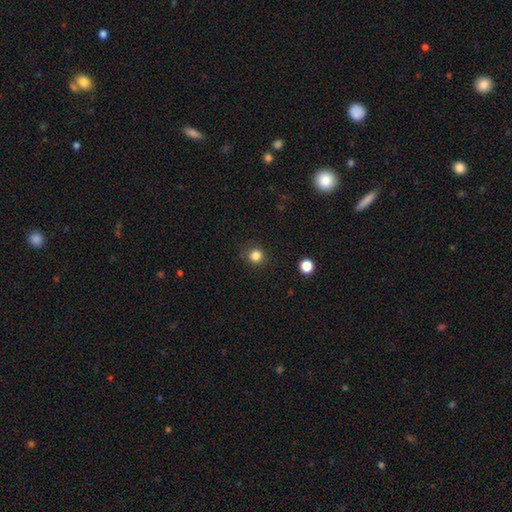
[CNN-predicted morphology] smooth-or-featured: smooth: 84% | star or artifact: 12% | featured or disk: 4%
  how-rounded: round: 93% | in between: 6% | cigar-shaped: 1%
  merging: none: 89% | minor disturbance: 7% | major disturbance: 2% | merger: 1%